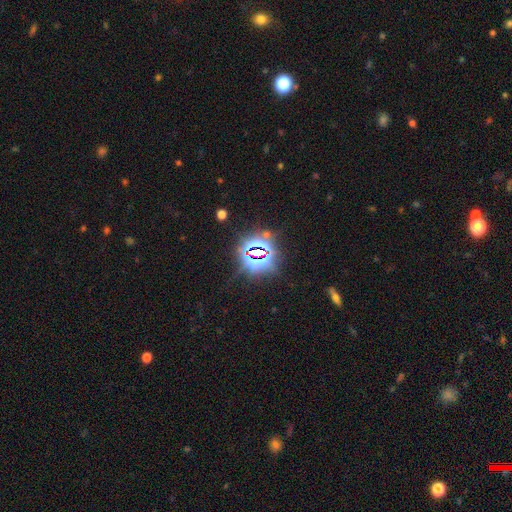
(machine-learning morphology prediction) smooth-or-featured: star or artifact: 81% | smooth: 11% | featured or disk: 8%